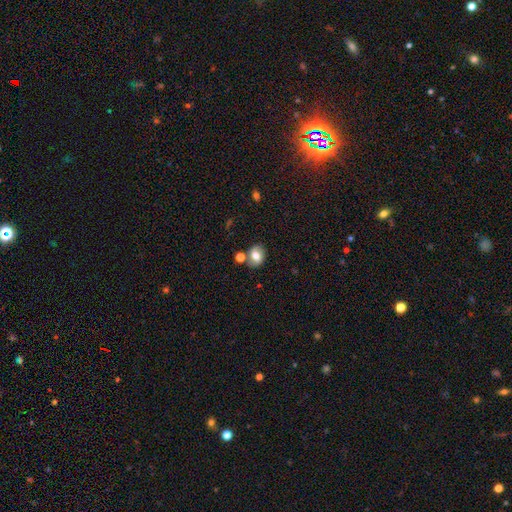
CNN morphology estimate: Overall: smooth (66%). How rounded: in between (56%; round 43%). Merging: none (67%).